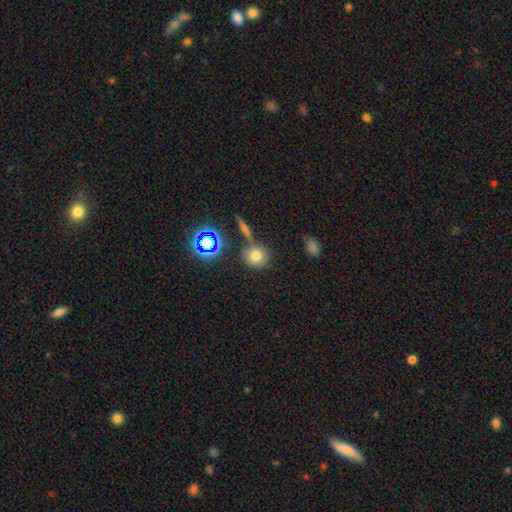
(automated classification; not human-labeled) A smooth galaxy with no disk features (71%) that is round (84%). Merging: none (69%).